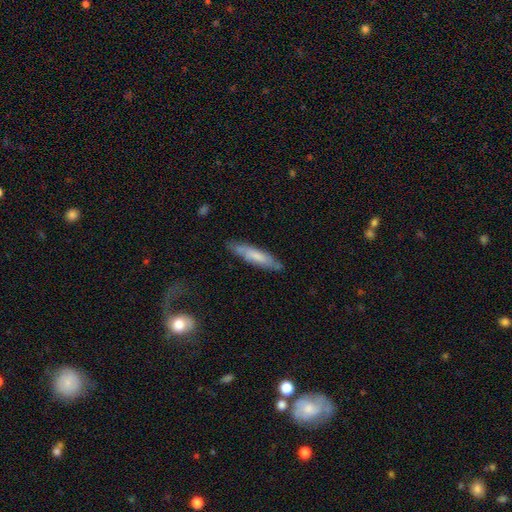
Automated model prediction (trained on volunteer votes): Morphology: type=smooth (60%); roundness=cigar-shaped (79%); merging=none (75%).